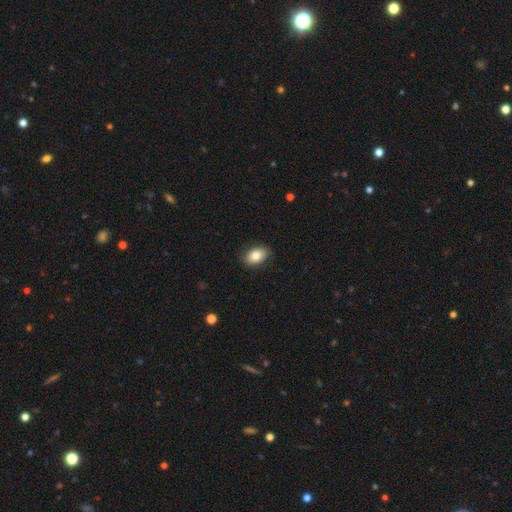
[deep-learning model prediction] This appears to be a smooth galaxy with no disk features (81%) that is in between round and cigar-shaped (87%). Merging: none (88%).